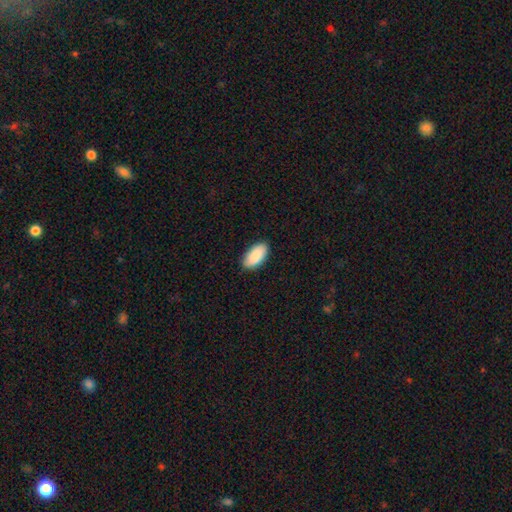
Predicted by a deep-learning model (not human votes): Smooth or featured: smooth — 90% (star or artifact — 5%)
How rounded: in between — 95% (cigar-shaped — 3%)
Merging: none — 88% (minor disturbance — 9%)